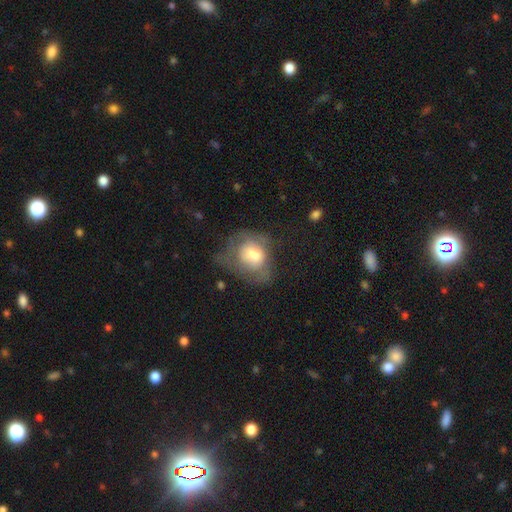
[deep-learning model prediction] Smooth or featured?
  - smooth: 55% *
  - featured or disk: 36%
  - star or artifact: 9%
How rounded?
  - in between: 55% *
  - round: 44%
  - cigar-shaped: 1%
Merging?
  - major disturbance: 37% *
  - none: 29%
  - minor disturbance: 26%
  - merger: 8%